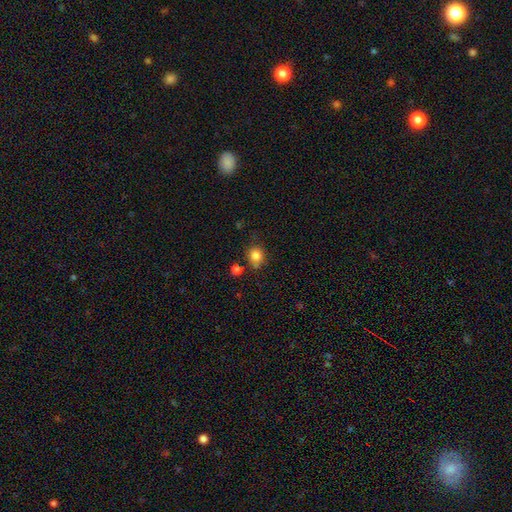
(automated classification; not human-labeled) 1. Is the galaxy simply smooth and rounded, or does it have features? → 83% smooth, 11% star or artifact, 6% featured or disk.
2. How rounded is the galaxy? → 78% round, 21% in between, 1% cigar-shaped.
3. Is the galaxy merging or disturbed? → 70% none, 17% minor disturbance, 8% merger, 4% major disturbance.